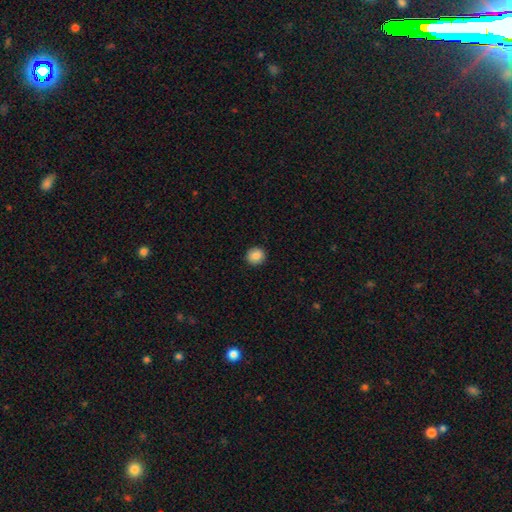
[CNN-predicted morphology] This is clearly a smooth galaxy (86%). How rounded: clearly round (91%). Merging: clearly none (92%).